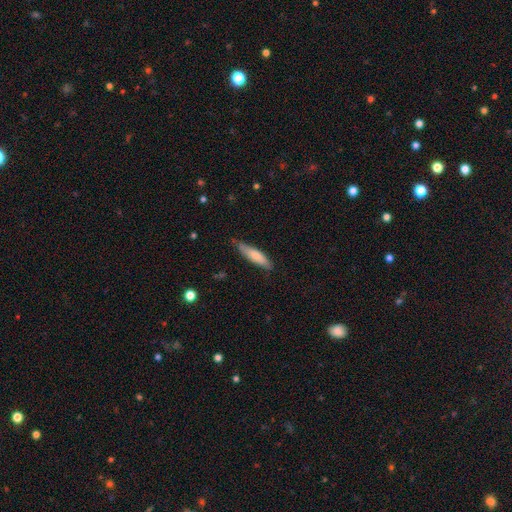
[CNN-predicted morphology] smooth_or_featured: smooth (p=0.77) [alt: featured or disk p=0.17]
how_rounded: cigar-shaped (p=0.71) [alt: in between p=0.28]
merging: none (p=0.76) [alt: minor disturbance p=0.19]